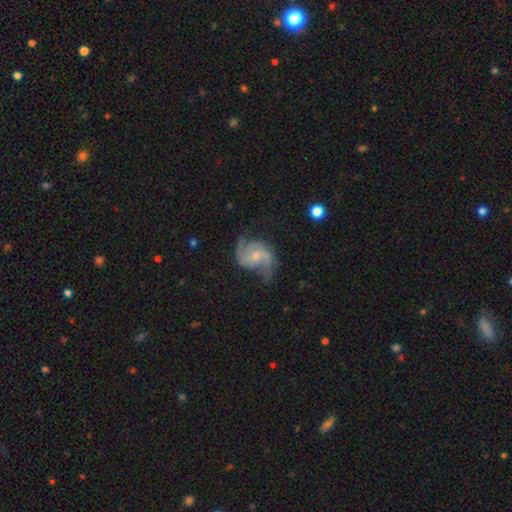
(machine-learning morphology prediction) featured or disk 88%, smooth 7%, star or artifact 5%. Down the decision tree: edge-on disk — no (98%); bar — no (57%); spiral arms — yes (97%); spiral arm count — 2 (75%); spiral winding — medium (52%); bulge size — small (60%); merging — none (65%).